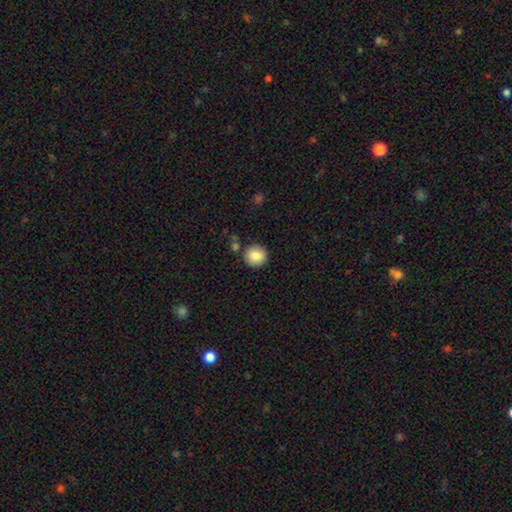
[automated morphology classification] Q: Smooth or featured?
A: smooth (87%); runner-up: star or artifact (8%)
Q: How rounded?
A: round (90%); runner-up: in between (9%)
Q: Merging?
A: none (83%); runner-up: minor disturbance (9%)